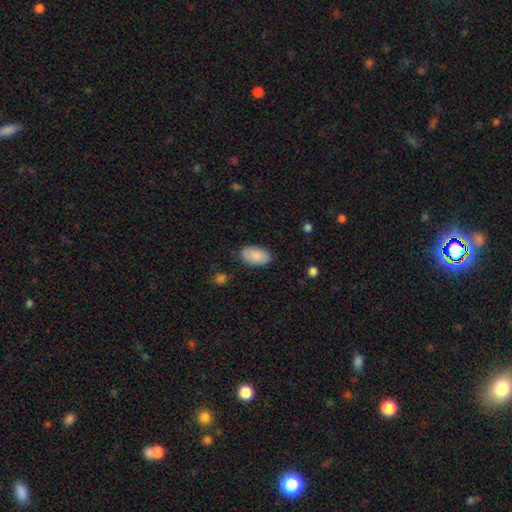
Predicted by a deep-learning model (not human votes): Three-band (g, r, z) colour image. It shows a smooth galaxy with no disk features (87%) that is in between round and cigar-shaped (94%). Merging: none (84%).